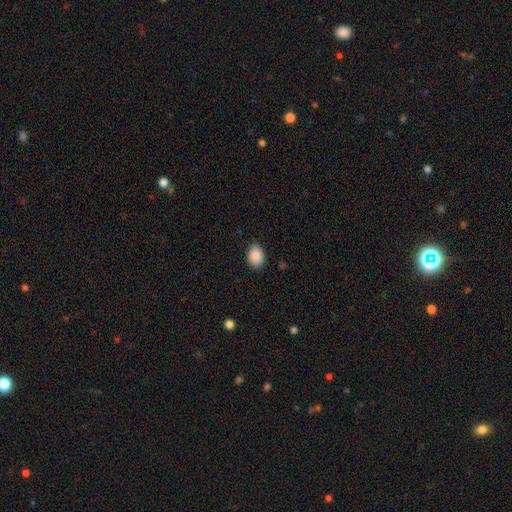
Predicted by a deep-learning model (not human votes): A smooth galaxy with no disk features (90%) that is in between round and cigar-shaped (71%).

Vote fractions:
- Smooth or featured? smooth: 90% / star or artifact: 7% / featured or disk: 3%
- How rounded? in between: 71% / round: 28% / cigar-shaped: 1%
- Merging? none: 83% / minor disturbance: 14% / major disturbance: 3% / merger: 1%